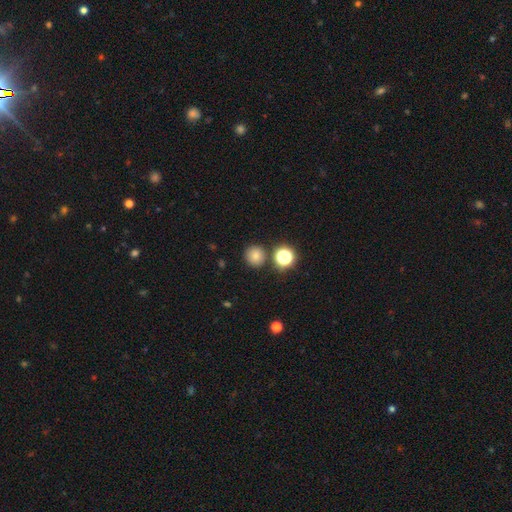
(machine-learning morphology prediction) This appears to be a smooth galaxy with no disk features (78%) that is round (91%). Merging: none (84%).